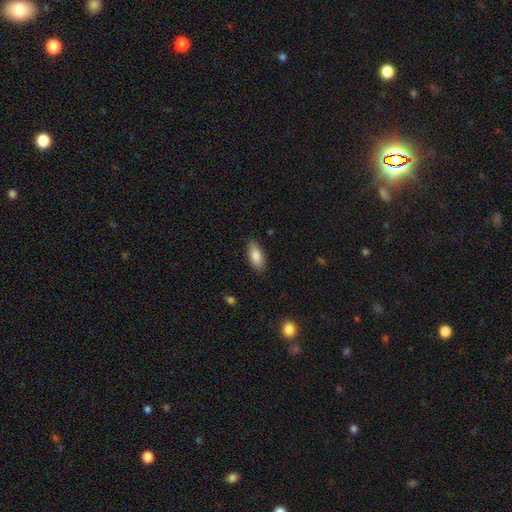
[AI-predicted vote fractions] This appears to be a smooth galaxy with no disk features (86%) that is in between round and cigar-shaped (86%). Merging: none (86%).